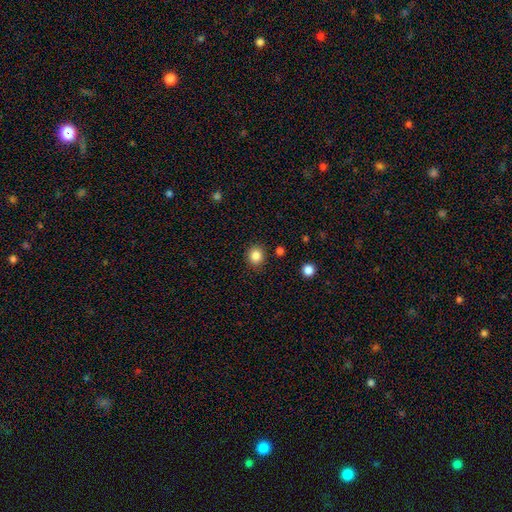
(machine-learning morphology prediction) type=smooth (85%); roundness=round (81%); merging=none (89%).